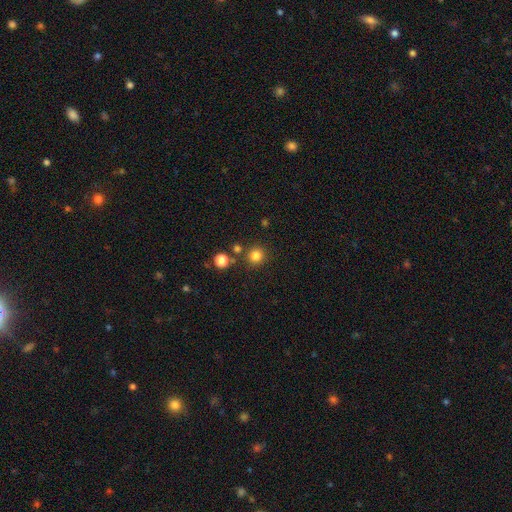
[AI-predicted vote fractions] Overall: smooth (81%). How rounded: round (92%). Merging: none (83%).